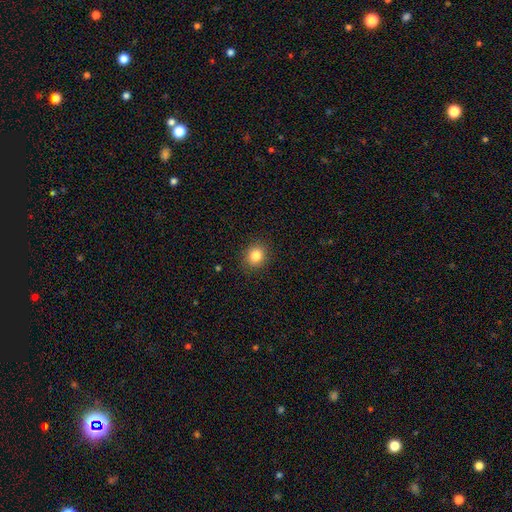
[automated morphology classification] A smooth galaxy with no disk features (83%) that is round (76%).

Vote fractions:
- Smooth or featured? smooth: 83% / star or artifact: 11% / featured or disk: 6%
- How rounded? round: 76% / in between: 23% / cigar-shaped: 1%
- Merging? none: 90% / minor disturbance: 7% / major disturbance: 2% / merger: 1%